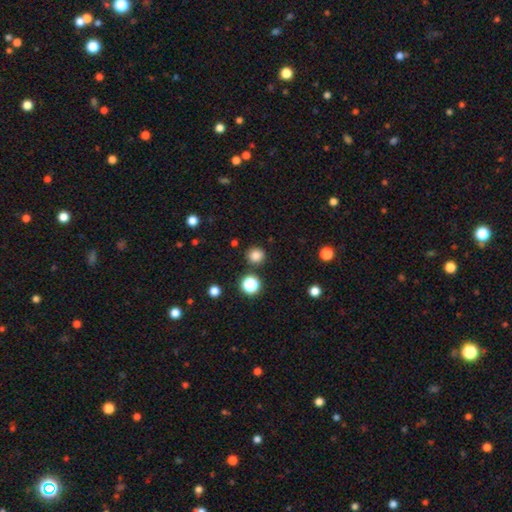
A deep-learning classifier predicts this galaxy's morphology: smooth_or_featured: smooth (p=0.82) [alt: star or artifact p=0.14]
how_rounded: round (p=0.91) [alt: in between p=0.08]
merging: none (p=0.87) [alt: minor disturbance p=0.08]